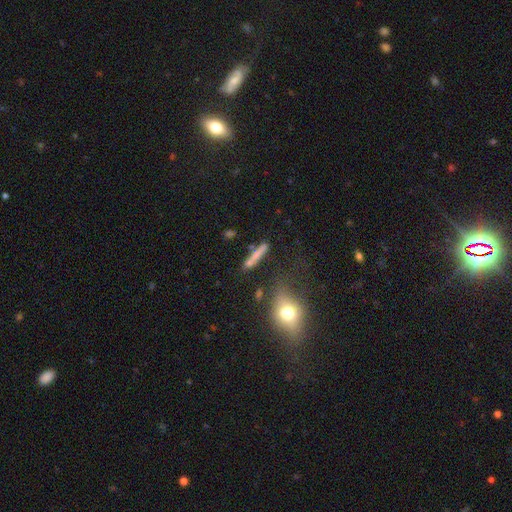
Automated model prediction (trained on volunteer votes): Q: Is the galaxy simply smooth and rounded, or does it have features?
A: smooth — 65%.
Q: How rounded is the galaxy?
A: cigar-shaped — 87%.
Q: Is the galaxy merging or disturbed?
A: none — 68%.